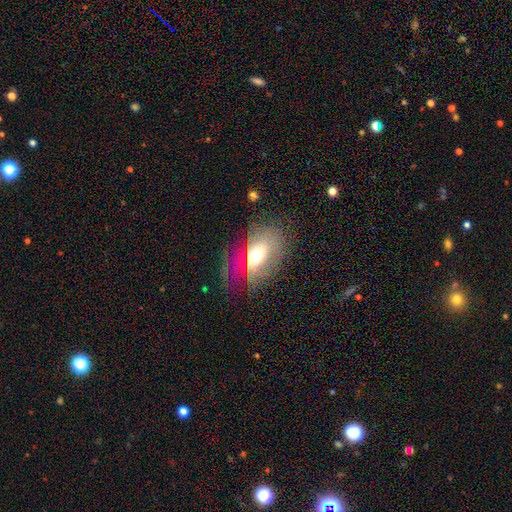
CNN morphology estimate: A smooth galaxy with no disk features (49%). Merging: none (64%).